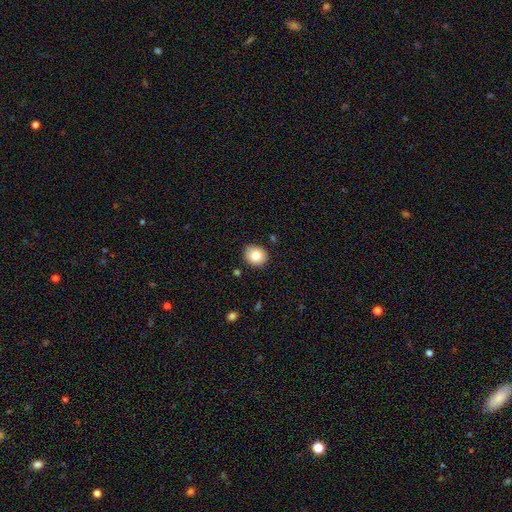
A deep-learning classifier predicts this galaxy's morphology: A smooth galaxy with no disk features (81%) that is round (74%).

Vote fractions:
- Smooth or featured? smooth: 81% / featured or disk: 9% / star or artifact: 9%
- How rounded? round: 74% / in between: 25% / cigar-shaped: 1%
- Merging? none: 85% / minor disturbance: 11% / major disturbance: 2% / merger: 2%